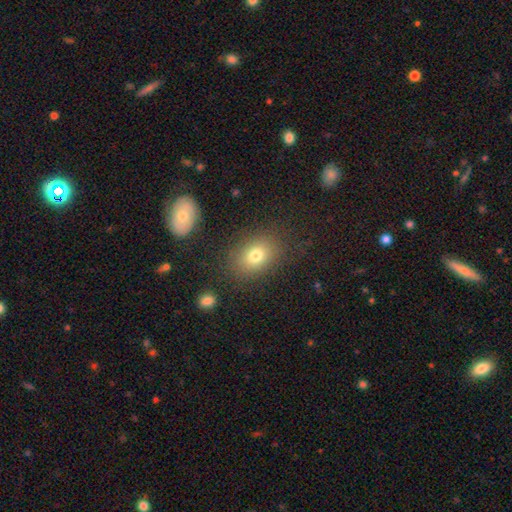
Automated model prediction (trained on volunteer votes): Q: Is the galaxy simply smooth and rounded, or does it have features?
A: smooth — 77%.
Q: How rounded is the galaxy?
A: in between — 67%.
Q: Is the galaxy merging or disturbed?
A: none — 83%.